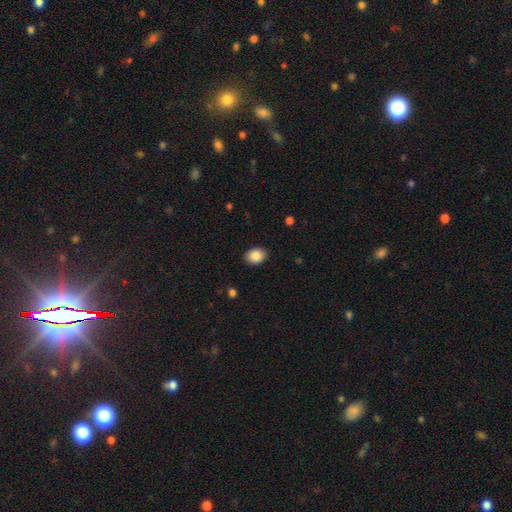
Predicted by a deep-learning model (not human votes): A smooth galaxy with no disk features (88%) that is in between round and cigar-shaped (71%).

Vote fractions:
- Smooth or featured? smooth: 88% / star or artifact: 8% / featured or disk: 5%
- How rounded? in between: 71% / round: 29% / cigar-shaped: 1%
- Merging? none: 89% / minor disturbance: 8% / major disturbance: 2% / merger: 1%